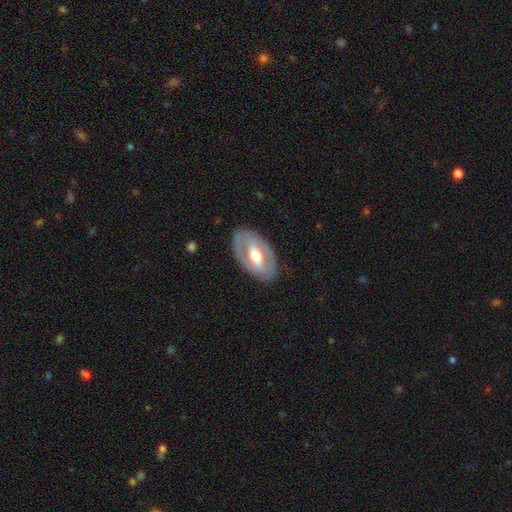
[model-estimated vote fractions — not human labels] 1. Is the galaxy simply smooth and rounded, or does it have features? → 69% featured or disk, 27% smooth, 5% star or artifact.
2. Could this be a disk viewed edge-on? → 91% no, 9% yes.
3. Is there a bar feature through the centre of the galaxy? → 43% strong, 34% weak, 23% no.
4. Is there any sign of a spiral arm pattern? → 56% no, 44% yes.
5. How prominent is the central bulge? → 68% moderate, 17% small, 12% large, 1% dominant, 1% none.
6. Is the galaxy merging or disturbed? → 83% none, 11% minor disturbance, 4% major disturbance, 1% merger.